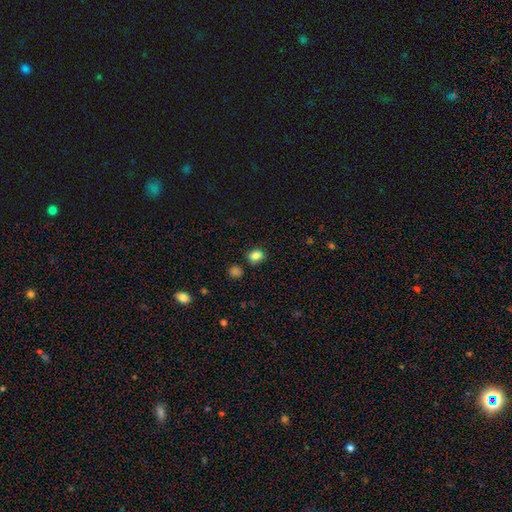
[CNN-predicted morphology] A smooth galaxy with no disk features (84%) that is round (53%).

Vote fractions:
- Smooth or featured? smooth: 84% / star or artifact: 11% / featured or disk: 5%
- How rounded? round: 53% / in between: 46% / cigar-shaped: 1%
- Merging? none: 79% / minor disturbance: 14% / merger: 4% / major disturbance: 3%